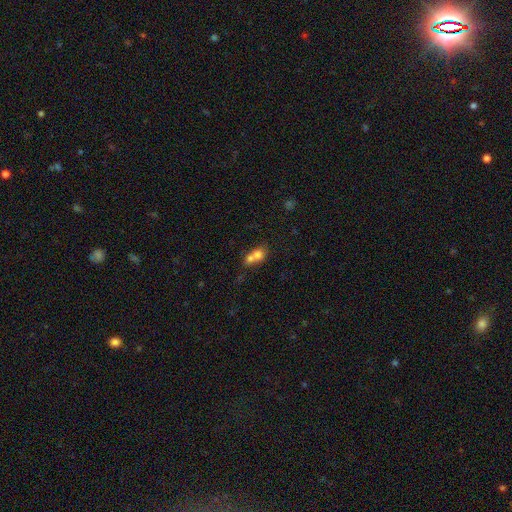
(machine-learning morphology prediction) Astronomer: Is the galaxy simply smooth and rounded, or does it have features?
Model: smooth — 71%.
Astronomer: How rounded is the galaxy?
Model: round — 64%.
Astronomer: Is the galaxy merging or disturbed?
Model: merger — 70%.